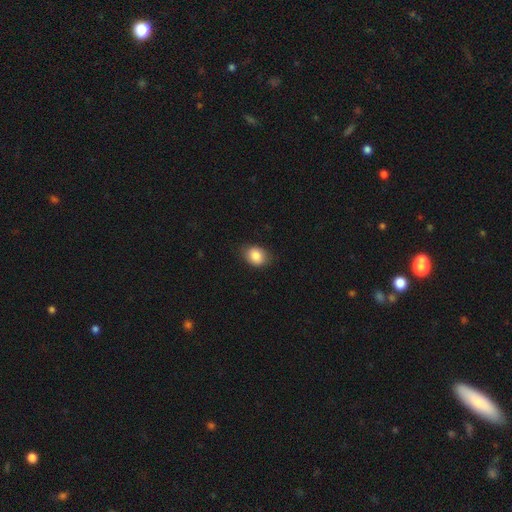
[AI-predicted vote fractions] A smooth galaxy with no disk features (85%) that is in between round and cigar-shaped (58%).

Vote fractions:
- Smooth or featured? smooth: 85% / star or artifact: 8% / featured or disk: 6%
- How rounded? in between: 58% / round: 41% / cigar-shaped: 1%
- Merging? none: 81% / minor disturbance: 16% / major disturbance: 3% / merger: 1%